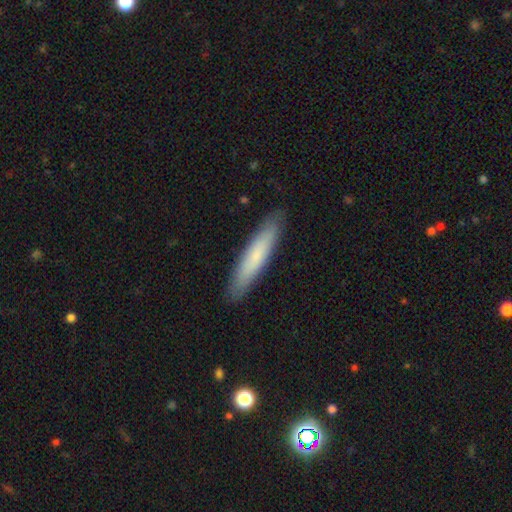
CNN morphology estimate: Smooth or featured? smooth (70%)
How rounded? cigar-shaped (88%)
Merging? none (89%)